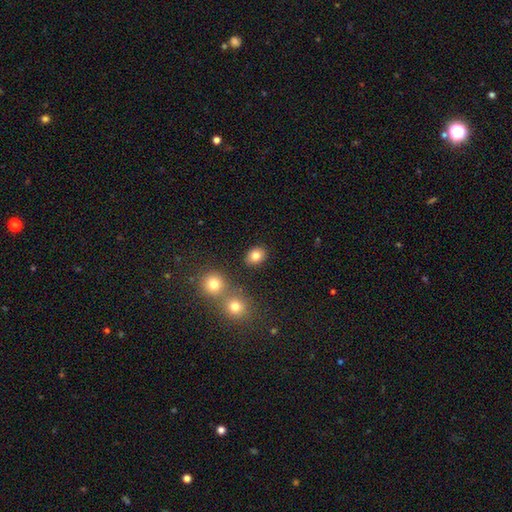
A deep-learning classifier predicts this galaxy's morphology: The model was most divided on "how rounded": round: 50%, in between: 49%, cigar-shaped: 1%. More confident: merging — none (85%); smooth or featured — smooth (82%).